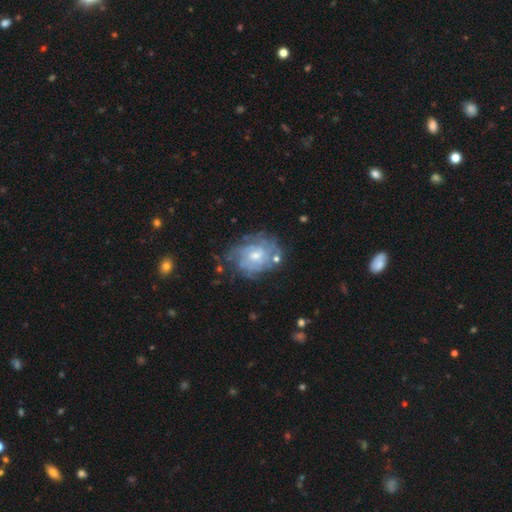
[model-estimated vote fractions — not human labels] This appears to be a featured or disk galaxy (73%) with no bar (66%), tight (60%) spiral arms (75%) and a moderate central bulge (53%). Merging: none (61%).